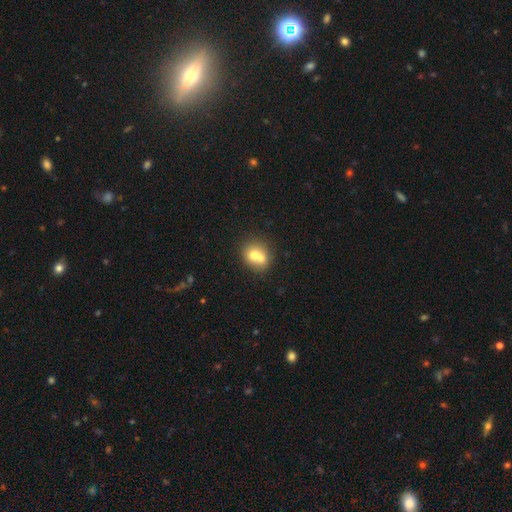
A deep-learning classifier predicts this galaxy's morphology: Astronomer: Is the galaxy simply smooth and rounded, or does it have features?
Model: smooth — 68%.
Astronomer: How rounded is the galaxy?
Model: round — 71%.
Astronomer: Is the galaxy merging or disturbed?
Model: merger — 51% (runner-up: none, 37%).